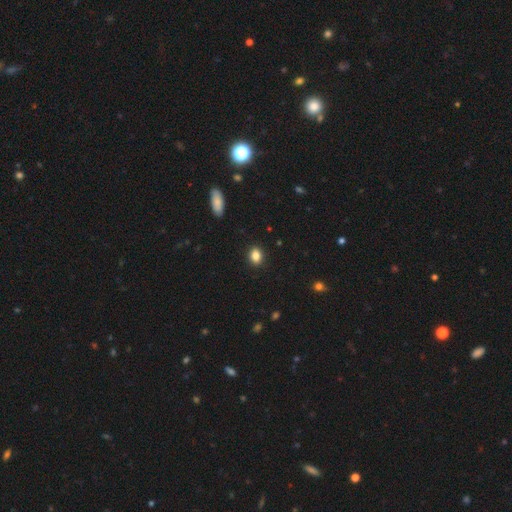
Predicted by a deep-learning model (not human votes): The model was most divided on "how rounded": in between: 63%, round: 35%, cigar-shaped: 2%. More confident: merging — none (89%); smooth or featured — smooth (86%).